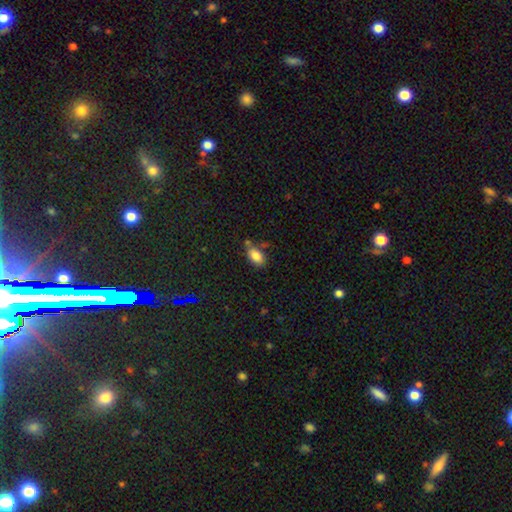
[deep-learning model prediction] Smooth or featured? Predicted: smooth (p=0.84). How rounded? Predicted: in between (p=0.91). Merging? Predicted: none (p=0.65).